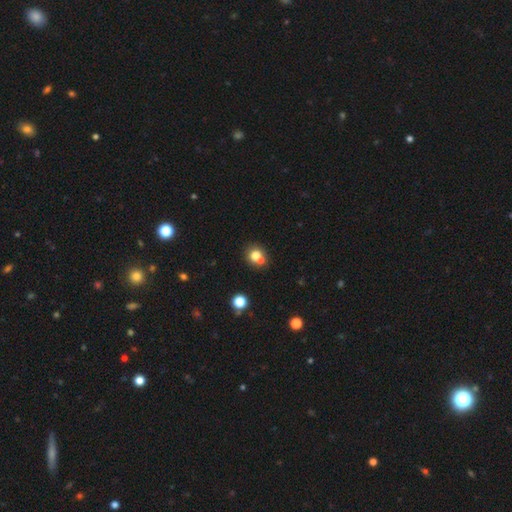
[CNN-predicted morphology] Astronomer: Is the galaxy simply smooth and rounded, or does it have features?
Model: smooth — 75%.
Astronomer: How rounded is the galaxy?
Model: round — 80%.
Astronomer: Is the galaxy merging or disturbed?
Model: none — 51% (runner-up: merger, 38%).